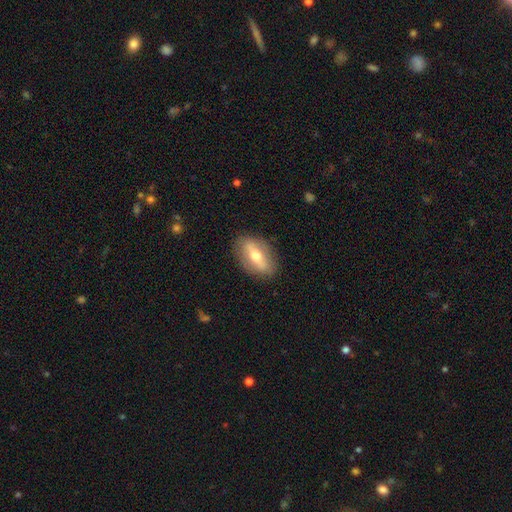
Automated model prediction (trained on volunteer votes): Q: Smooth or featured?
A: featured or disk (53%); runner-up: smooth (40%)
Q: Edge-on disk?
A: no (60%); runner-up: yes (40%)
Q: Merging?
A: none (85%); runner-up: minor disturbance (10%)